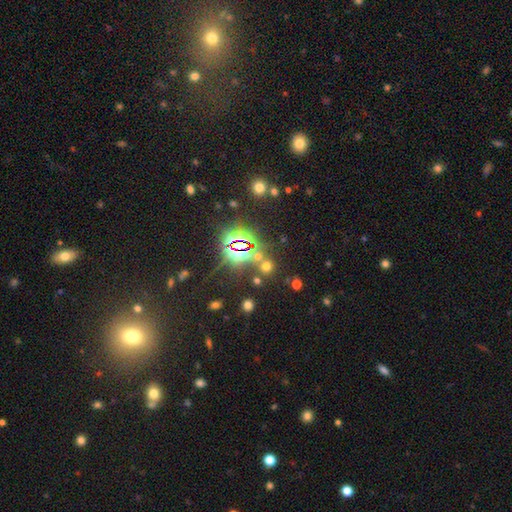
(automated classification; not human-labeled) The model was most divided on "smooth or featured": star or artifact: 77%, smooth: 15%, featured or disk: 8%.